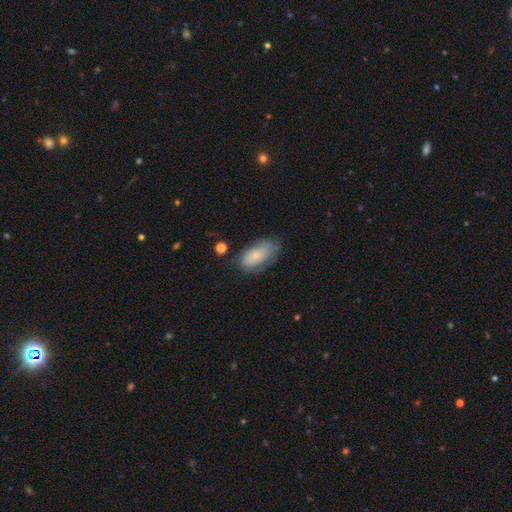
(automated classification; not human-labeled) A smooth galaxy with no disk features (68%) that is in between round and cigar-shaped (92%).

Vote fractions:
- Smooth or featured? smooth: 68% / featured or disk: 25% / star or artifact: 7%
- How rounded? in between: 92% / round: 4% / cigar-shaped: 4%
- Merging? none: 60% / minor disturbance: 27% / major disturbance: 10% / merger: 2%